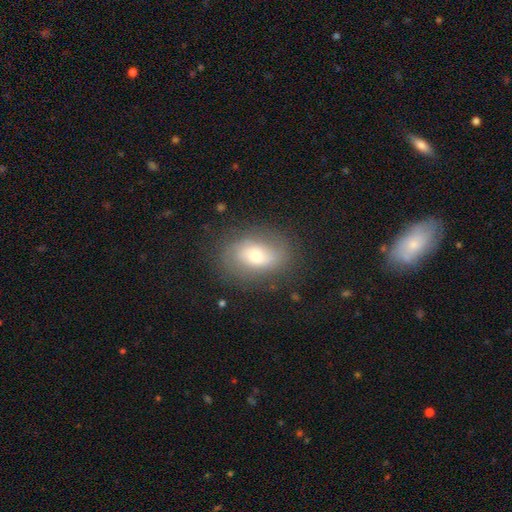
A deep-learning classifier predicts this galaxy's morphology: smooth_or_featured: featured or disk (p=0.49) [alt: smooth p=0.42]
merging: none (p=0.75) [alt: minor disturbance p=0.16]